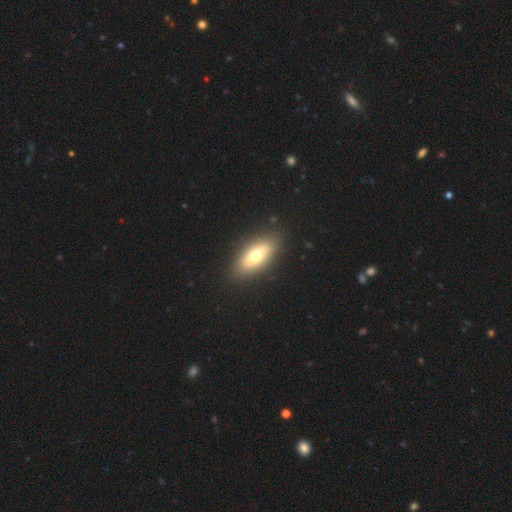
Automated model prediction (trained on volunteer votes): Smooth or featured? Predicted: smooth (p=0.61). How rounded? Predicted: in between (p=0.74). Merging? Predicted: none (p=0.88).